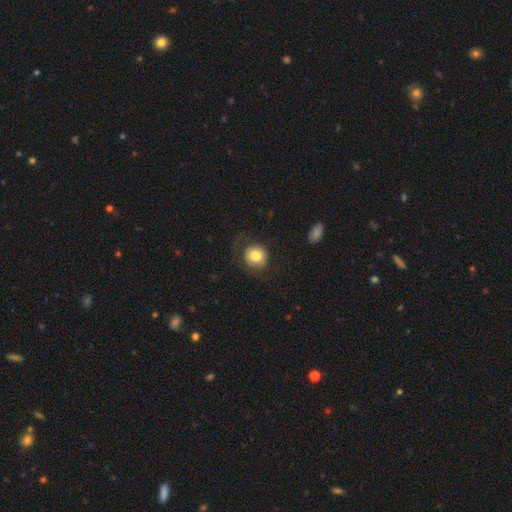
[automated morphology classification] A smooth galaxy with no disk features (78%) that is round (84%).

Vote fractions:
- Smooth or featured? smooth: 78% / featured or disk: 14% / star or artifact: 8%
- How rounded? round: 84% / in between: 15% / cigar-shaped: 1%
- Merging? none: 61% / major disturbance: 20% / minor disturbance: 17% / merger: 2%